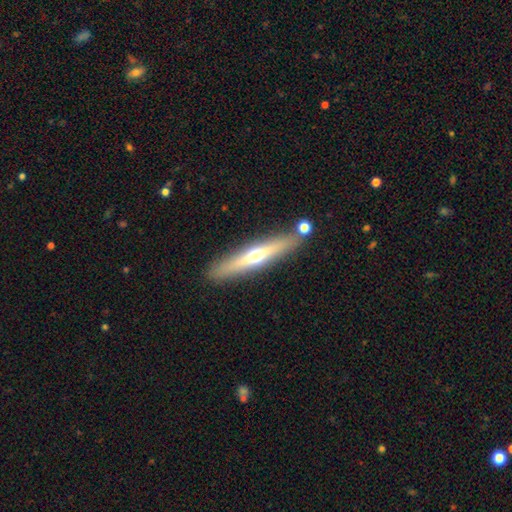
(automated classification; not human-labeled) This is possibly a featured or disk galaxy (56%). It is clearly viewed edge-on (92%). Edge-on bulge: clearly rounded (87%). Merging: clearly none (82%).